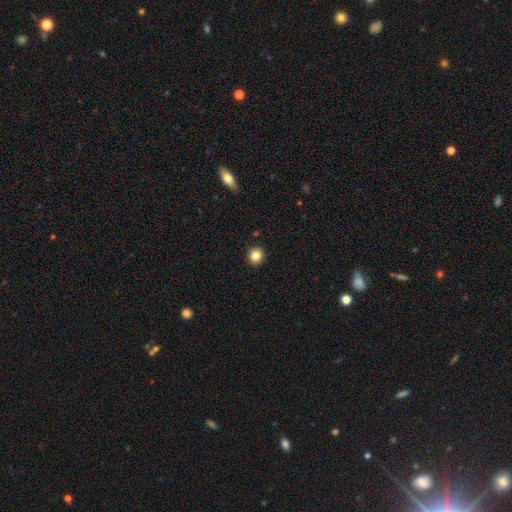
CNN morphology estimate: This appears to be a smooth galaxy with no disk features (84%) that is round (85%). Merging: none (92%).